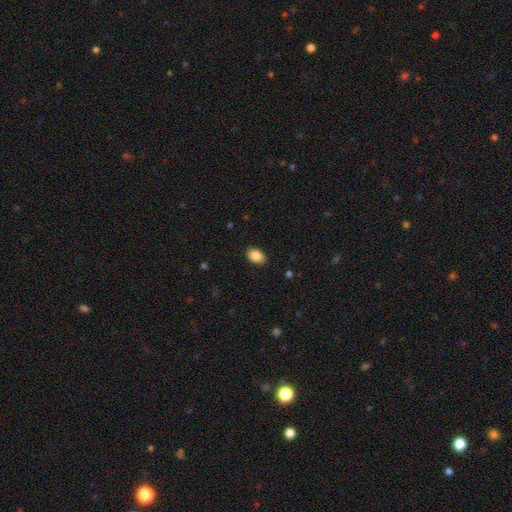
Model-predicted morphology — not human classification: Smooth or featured? Predicted: smooth (p=0.88). How rounded? Predicted: in between (p=0.86). Merging? Predicted: none (p=0.89).